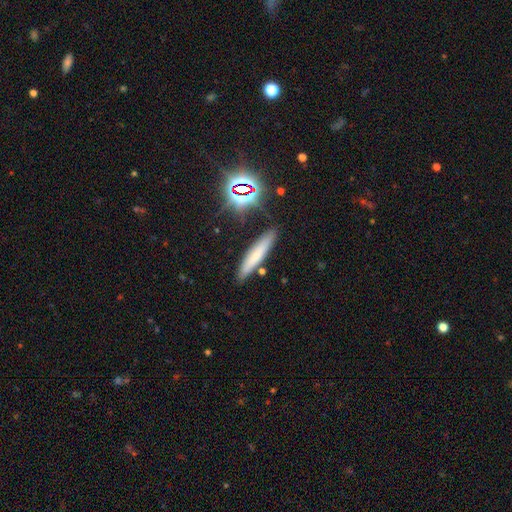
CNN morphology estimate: Smooth or featured? Predicted: smooth (p=0.65). How rounded? Predicted: cigar-shaped (p=0.88). Merging? Predicted: none (p=0.84).